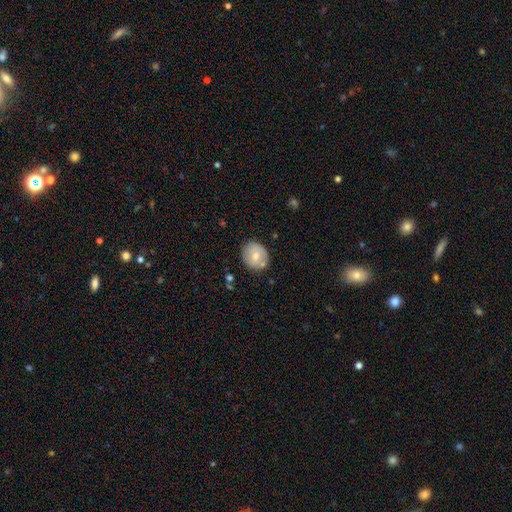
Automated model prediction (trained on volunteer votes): Morphology: type=smooth (65%); roundness=round (72%); merging=none (78%).